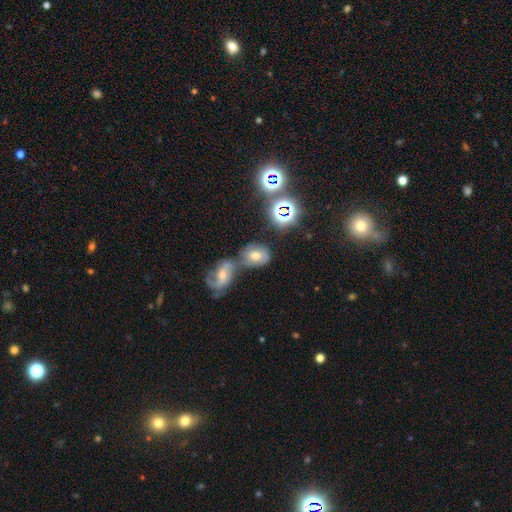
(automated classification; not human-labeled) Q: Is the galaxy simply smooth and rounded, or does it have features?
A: smooth — 46%.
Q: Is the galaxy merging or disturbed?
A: merger — 48%.